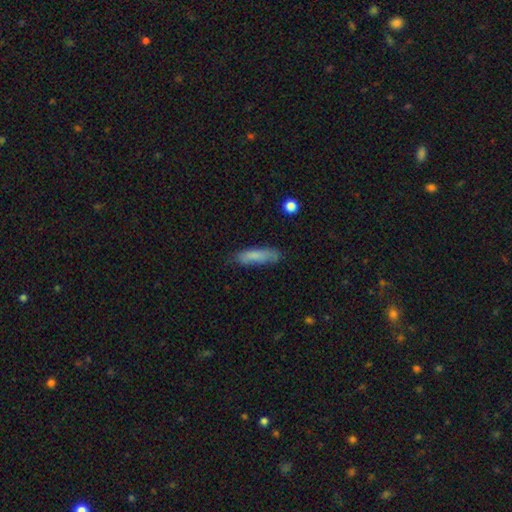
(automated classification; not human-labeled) Smooth or featured?
  - smooth: 78% *
  - featured or disk: 15%
  - star or artifact: 7%
How rounded?
  - cigar-shaped: 70% *
  - in between: 29%
  - round: 2%
Merging?
  - none: 70% *
  - minor disturbance: 23%
  - major disturbance: 6%
  - merger: 2%